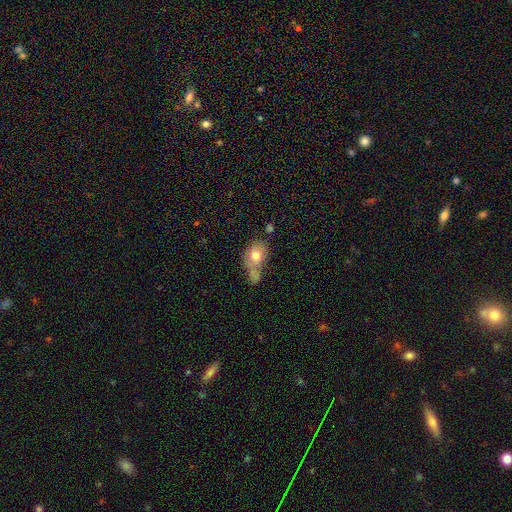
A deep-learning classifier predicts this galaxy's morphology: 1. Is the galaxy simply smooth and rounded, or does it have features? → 72% smooth, 20% featured or disk, 8% star or artifact.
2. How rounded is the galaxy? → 68% in between, 29% round, 3% cigar-shaped.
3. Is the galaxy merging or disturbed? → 40% merger, 27% none, 18% minor disturbance, 15% major disturbance.